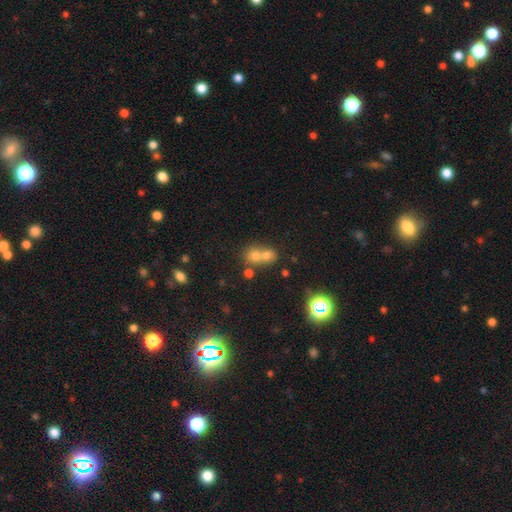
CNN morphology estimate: A smooth galaxy with no disk features (66%) that is round (72%).

Vote fractions:
- Smooth or featured? smooth: 66% / star or artifact: 18% / featured or disk: 16%
- How rounded? round: 72% / in between: 27% / cigar-shaped: 1%
- Merging? merger: 63% / none: 29% / minor disturbance: 5% / major disturbance: 3%